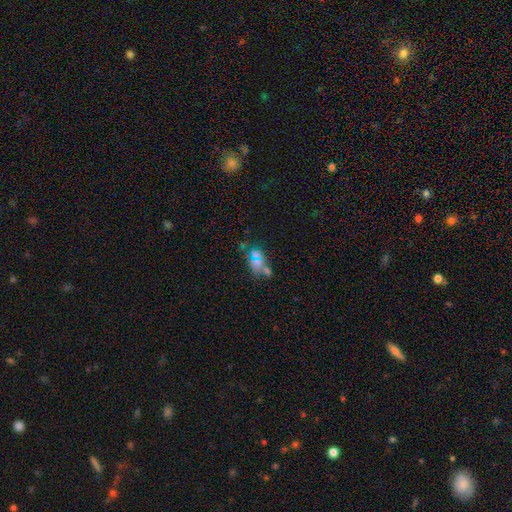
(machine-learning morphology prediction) smooth 38%, star or artifact 37%, featured or disk 25%. Down the decision tree: merging — none (49%).